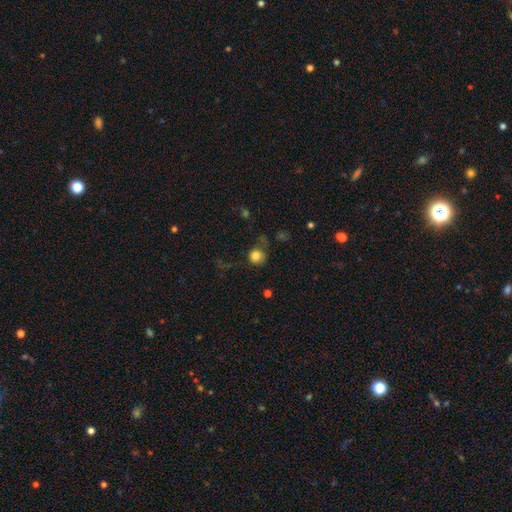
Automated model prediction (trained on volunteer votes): smooth_or_featured: smooth (p=0.82) [alt: star or artifact p=0.12]
how_rounded: round (p=0.90) [alt: in between p=0.09]
merging: none (p=0.65) [alt: minor disturbance p=0.19]